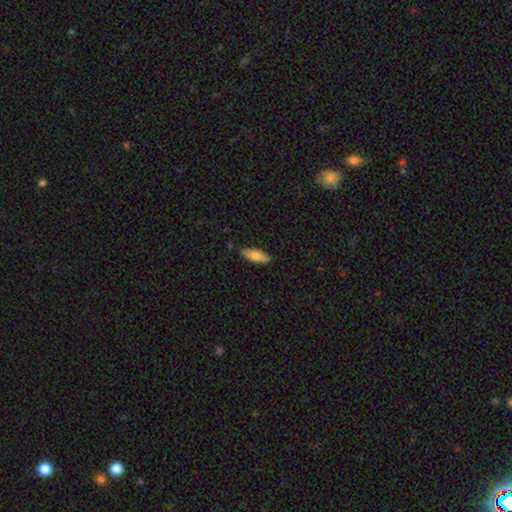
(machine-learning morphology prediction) smooth_or_featured: smooth (p=0.76) [alt: featured or disk p=0.18]
how_rounded: in between (p=0.55) [alt: cigar-shaped p=0.43]
merging: none (p=0.85) [alt: minor disturbance p=0.12]